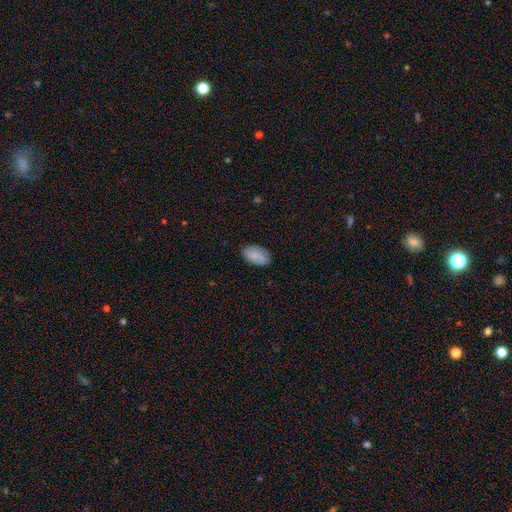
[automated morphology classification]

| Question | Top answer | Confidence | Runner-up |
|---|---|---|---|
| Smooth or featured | smooth | 80% | featured or disk (13%) |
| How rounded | in between | 94% | round (5%) |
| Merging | none | 82% | minor disturbance (14%) |